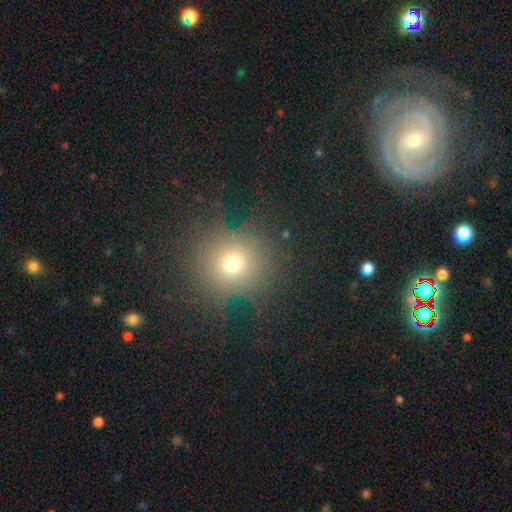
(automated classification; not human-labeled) This is possibly a smooth galaxy (53%). How rounded: clearly round (92%). Merging: clearly none (89%).